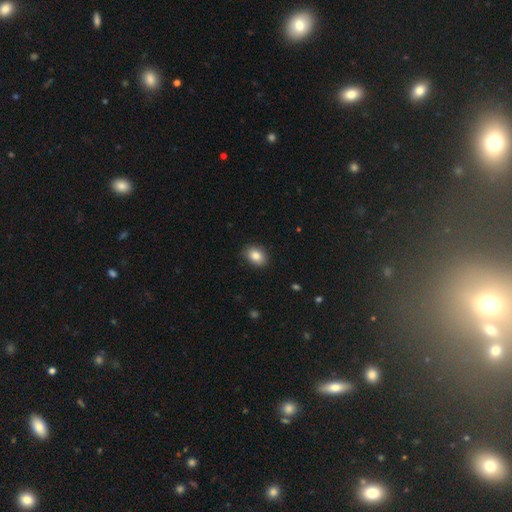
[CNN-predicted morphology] Smooth or featured? Predicted: smooth (p=0.84). How rounded? Predicted: in between (p=0.71). Merging? Predicted: none (p=0.86).